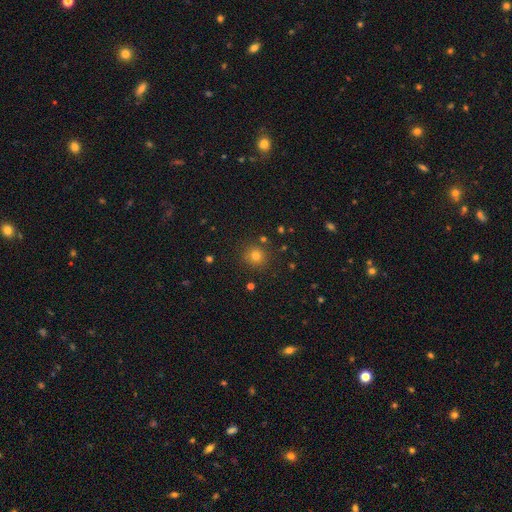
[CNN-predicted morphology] Smooth or featured? smooth (77%)
How rounded? round (91%)
Merging? none (86%)